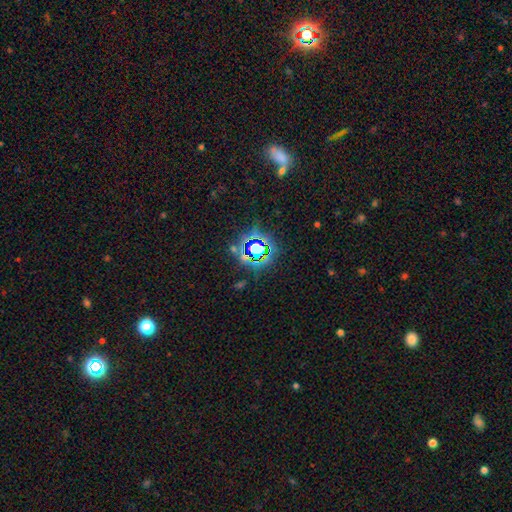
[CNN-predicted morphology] This appears to be a star or artifact, not a galaxy (78%).